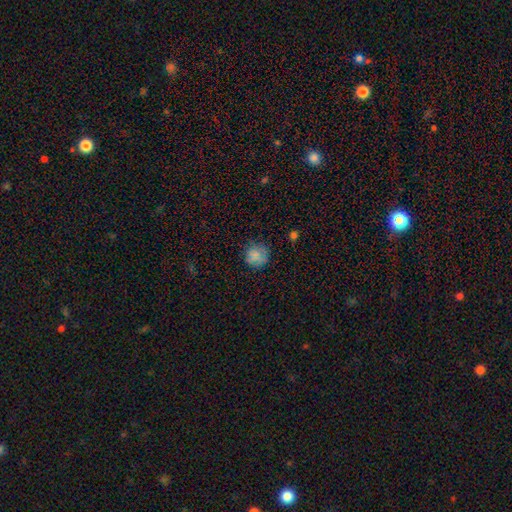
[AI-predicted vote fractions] A smooth galaxy with no disk features (76%) that is round (90%).

Vote fractions:
- Smooth or featured? smooth: 76% / star or artifact: 17% / featured or disk: 7%
- How rounded? round: 90% / in between: 9% / cigar-shaped: 1%
- Merging? none: 81% / minor disturbance: 13% / major disturbance: 4% / merger: 2%